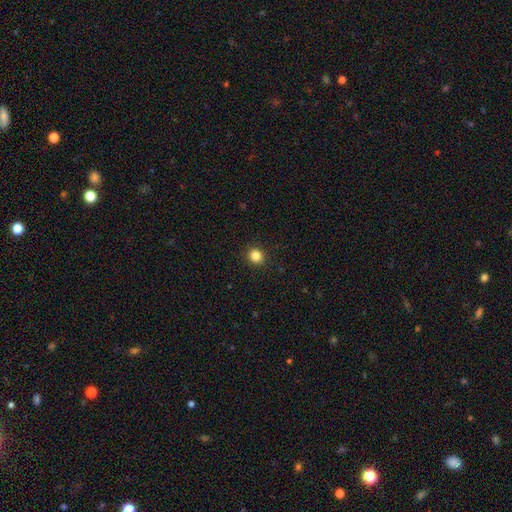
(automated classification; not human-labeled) smooth_or_featured: smooth (p=0.84) [alt: star or artifact p=0.12]
how_rounded: round (p=0.86) [alt: in between p=0.13]
merging: none (p=0.92) [alt: minor disturbance p=0.05]